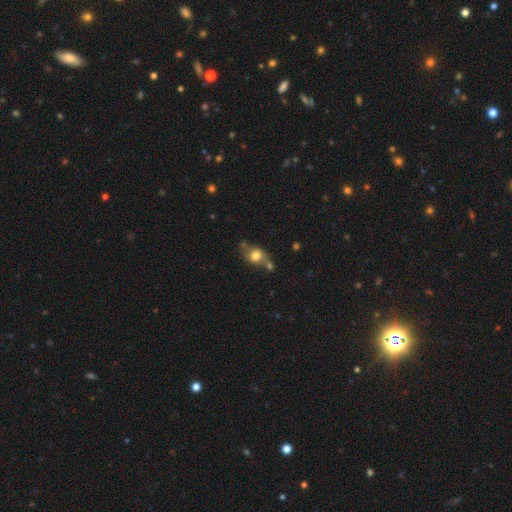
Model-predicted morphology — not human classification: type=smooth (69%); roundness=round (51%); merging=none (48%).